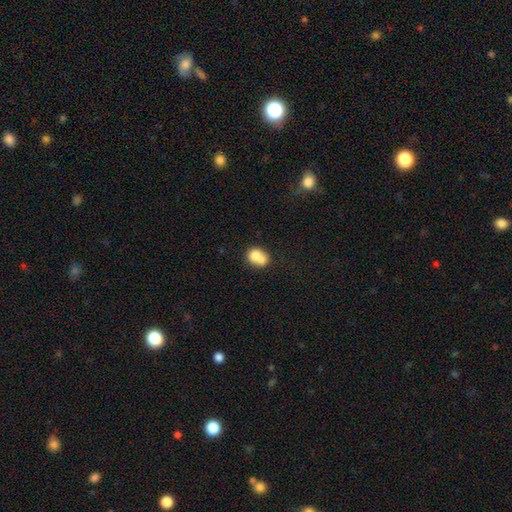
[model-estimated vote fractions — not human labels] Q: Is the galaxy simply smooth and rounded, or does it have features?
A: smooth — 72%.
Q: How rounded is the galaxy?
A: round — 63%.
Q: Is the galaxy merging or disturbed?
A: merger — 58%.